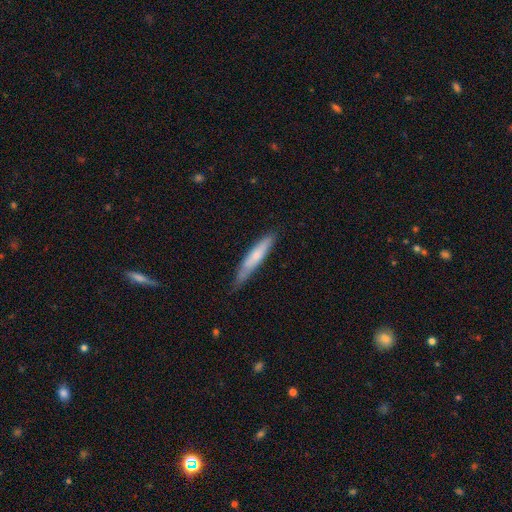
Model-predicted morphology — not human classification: Q: Smooth or featured?
A: smooth (63%); runner-up: featured or disk (31%)
Q: How rounded?
A: cigar-shaped (91%); runner-up: in between (8%)
Q: Merging?
A: none (67%); runner-up: minor disturbance (27%)